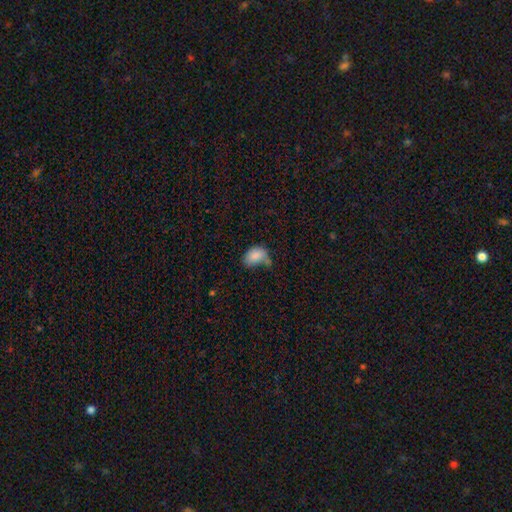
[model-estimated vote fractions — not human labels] Smooth or featured?
  - smooth: 82% *
  - featured or disk: 9%
  - star or artifact: 8%
How rounded?
  - in between: 86% *
  - round: 12%
  - cigar-shaped: 1%
Merging?
  - none: 37% *
  - minor disturbance: 33%
  - major disturbance: 20%
  - merger: 11%